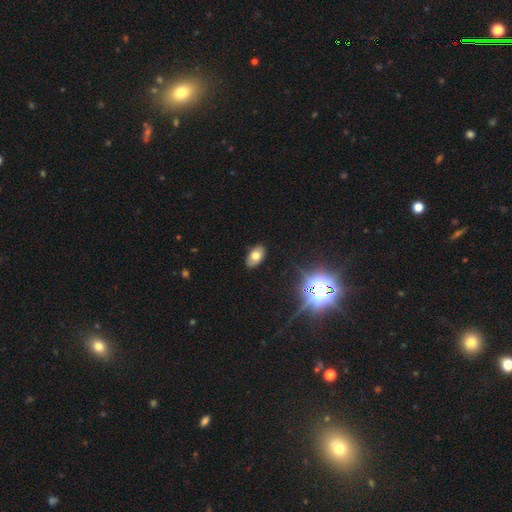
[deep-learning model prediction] A smooth galaxy with no disk features (69%) that is in between round and cigar-shaped (92%). Merging: none (87%).